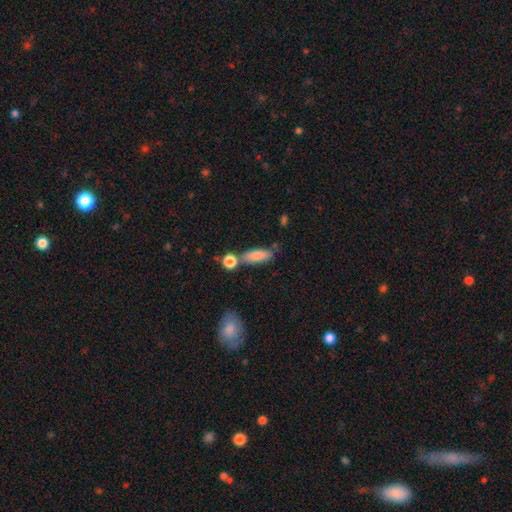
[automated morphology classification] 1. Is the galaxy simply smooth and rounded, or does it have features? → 80% smooth, 13% featured or disk, 7% star or artifact.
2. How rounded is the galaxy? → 60% in between, 36% cigar-shaped, 4% round.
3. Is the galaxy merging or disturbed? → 62% none, 18% merger, 15% minor disturbance, 5% major disturbance.